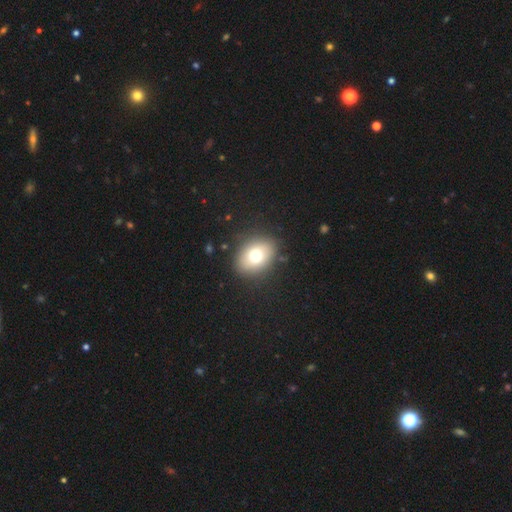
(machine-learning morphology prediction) type=smooth (72%); roundness=in between (65%); merging=none (86%).